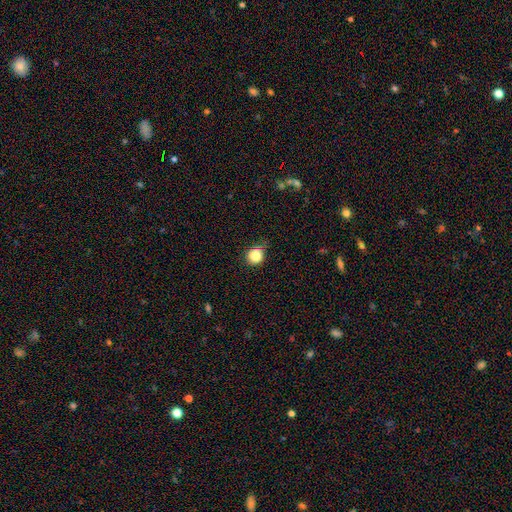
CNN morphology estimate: Smooth or featured: smooth — 84% (star or artifact — 10%)
How rounded: round — 82% (in between — 17%)
Merging: none — 69% (minor disturbance — 24%)